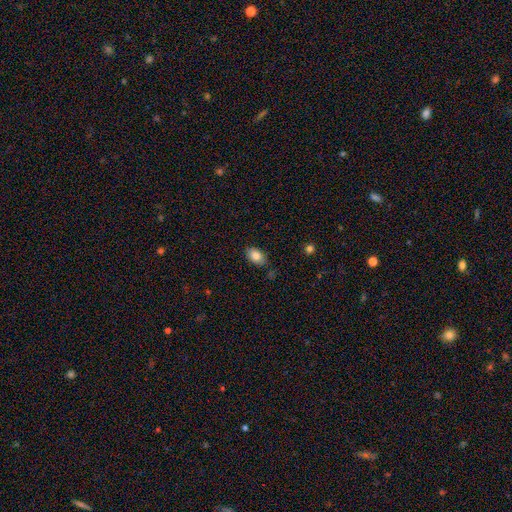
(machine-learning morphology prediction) This is clearly a smooth galaxy (84%). How rounded: clearly in between (85%). Merging: clearly none (81%).